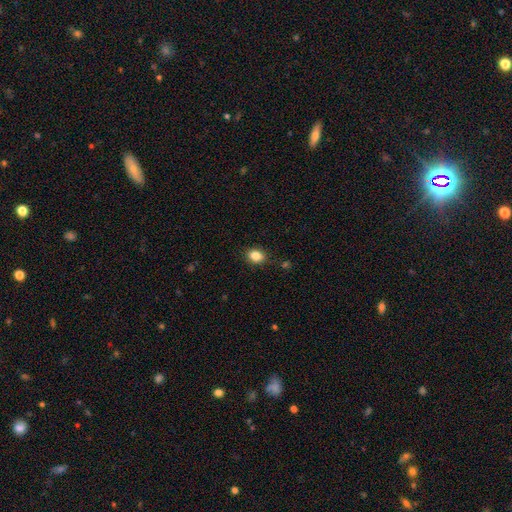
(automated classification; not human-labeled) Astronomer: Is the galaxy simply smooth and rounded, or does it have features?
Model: smooth — 85%.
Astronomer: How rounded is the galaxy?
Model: in between — 60% (runner-up: round, 39%).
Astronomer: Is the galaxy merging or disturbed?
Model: none — 86%.